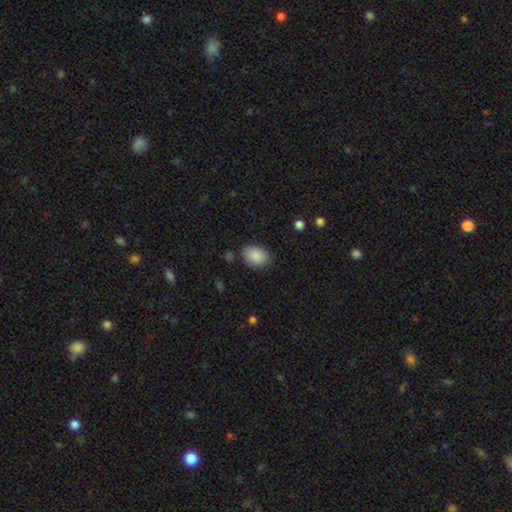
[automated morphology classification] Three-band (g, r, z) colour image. It shows a smooth galaxy with no disk features (88%) that is in between round and cigar-shaped (70%). Merging: none (82%).